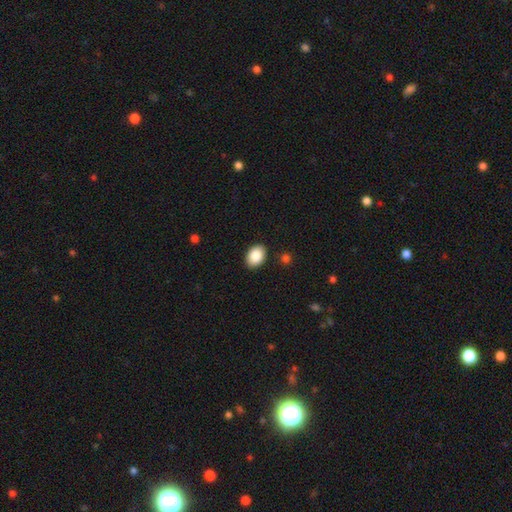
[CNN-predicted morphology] Q: Smooth or featured?
A: smooth (87%); runner-up: star or artifact (7%)
Q: How rounded?
A: in between (80%); runner-up: round (19%)
Q: Merging?
A: none (89%); runner-up: minor disturbance (8%)